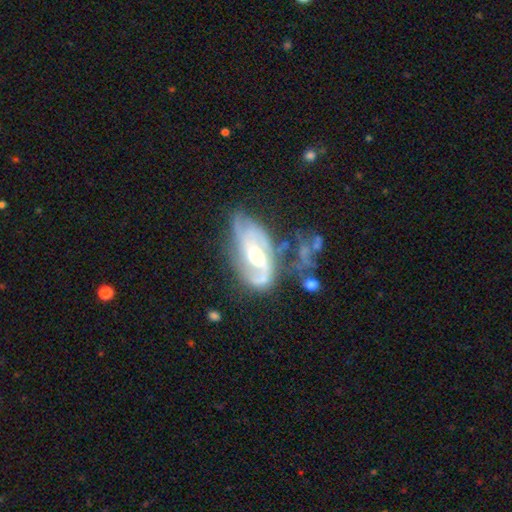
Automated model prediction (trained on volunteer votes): Smooth or featured: featured or disk — 83% (smooth — 11%)
Edge-on disk: no — 95% (yes — 5%)
Bar: no — 45% (weak — 41%)
Spiral arms: yes — 92% (no — 8%)
Spiral winding: medium — 44% (tight — 36%)
Spiral arm count: 2 — 48% (can't tell — 23%)
Bulge size: moderate — 60% (small — 18%)
Merging: none — 44% (minor disturbance — 24%)